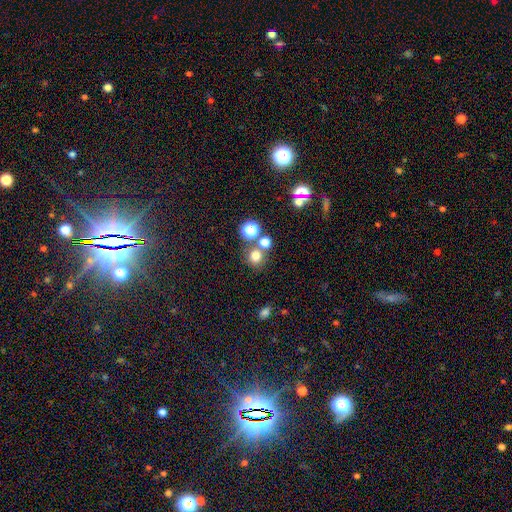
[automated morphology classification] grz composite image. It shows a smooth galaxy with no disk features (74%) that is round (87%). Merging: none (66%).